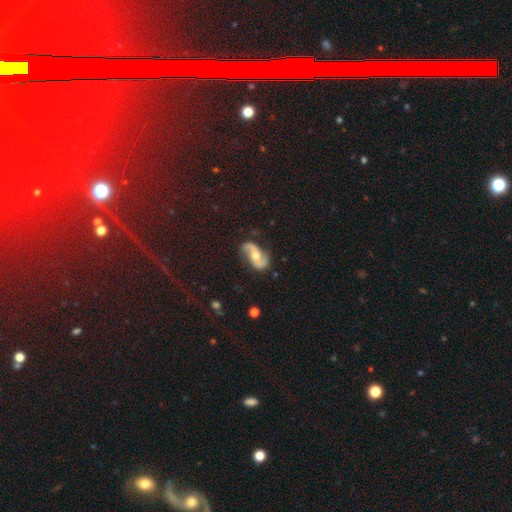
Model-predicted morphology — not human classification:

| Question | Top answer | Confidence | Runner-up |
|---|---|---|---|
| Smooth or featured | featured or disk | 85% | smooth (10%) |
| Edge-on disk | no | 96% | yes (4%) |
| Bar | no | 55% | weak (31%) |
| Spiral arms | yes | 95% | no (5%) |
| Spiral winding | loose | 58% | medium (31%) |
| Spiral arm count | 2 | 93% | can't tell (2%) |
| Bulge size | moderate | 71% | small (21%) |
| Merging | none | 78% | minor disturbance (15%) |